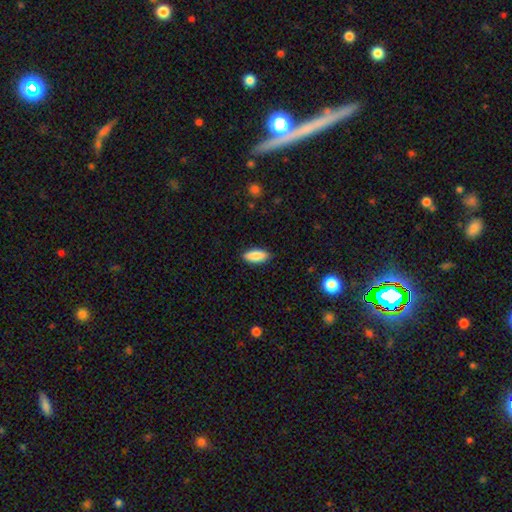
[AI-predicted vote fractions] smooth 88%, featured or disk 6%, star or artifact 6%. Down the decision tree: how rounded — in between (81%); merging — none (88%).